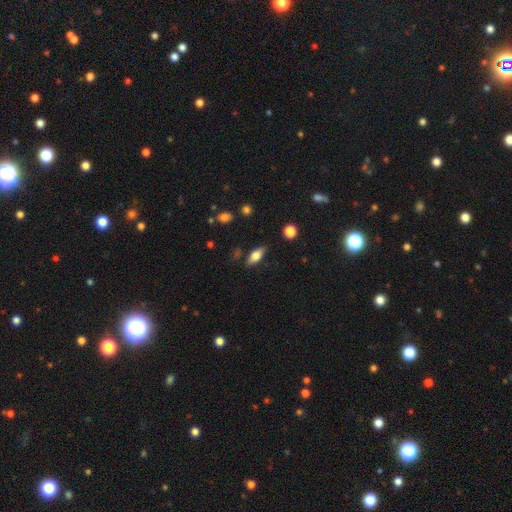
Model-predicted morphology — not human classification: The model was most divided on "smooth or featured": smooth: 63%, featured or disk: 30%, star or artifact: 8%. More confident: merging — none (82%); how rounded — in between (75%).